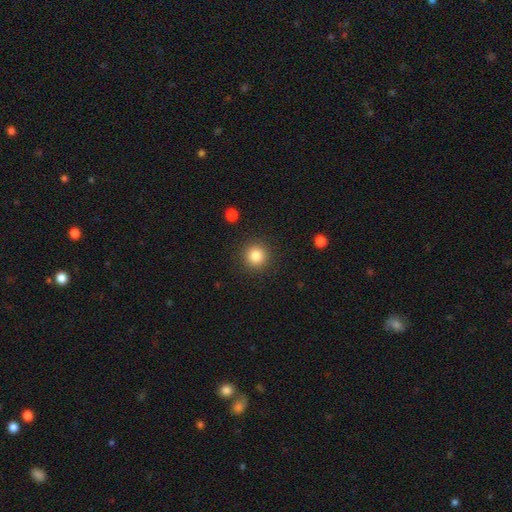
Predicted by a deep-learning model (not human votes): Smooth or featured? smooth (84%)
How rounded? round (95%)
Merging? none (91%)